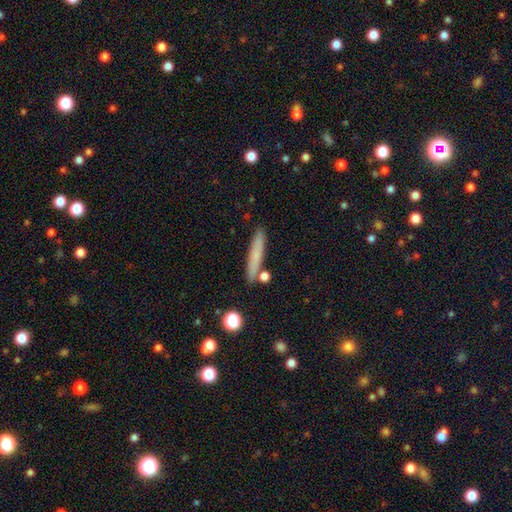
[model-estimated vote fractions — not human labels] smooth_or_featured: smooth (p=0.72) [alt: featured or disk p=0.20]
how_rounded: cigar-shaped (p=0.92) [alt: in between p=0.06]
merging: none (p=0.84) [alt: minor disturbance p=0.09]